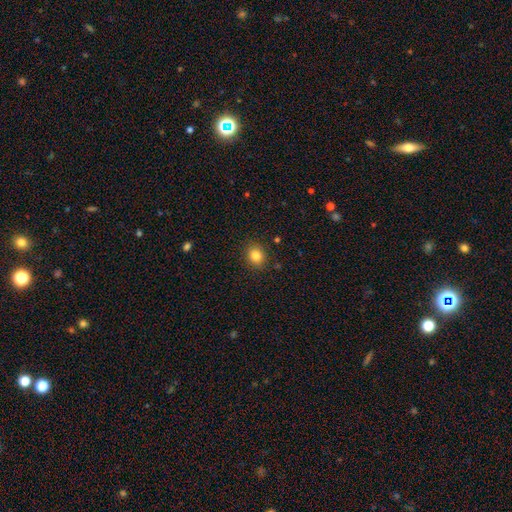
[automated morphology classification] Smooth or featured? Predicted: smooth (p=0.84). How rounded? Predicted: round (p=0.72). Merging? Predicted: none (p=0.88).